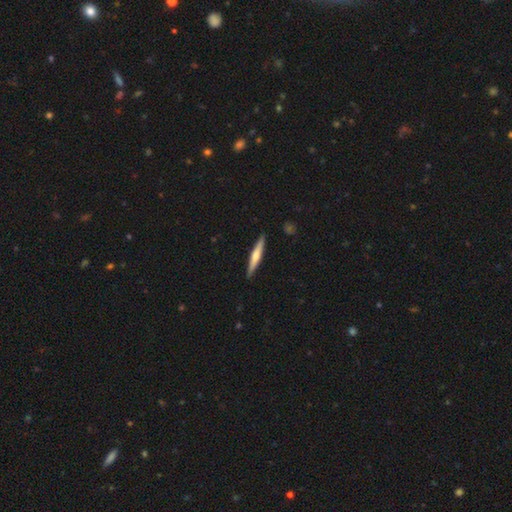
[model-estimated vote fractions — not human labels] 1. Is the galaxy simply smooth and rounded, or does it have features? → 52% featured or disk, 43% smooth, 5% star or artifact.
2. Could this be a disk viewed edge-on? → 97% yes, 3% no.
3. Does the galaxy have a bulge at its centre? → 78% rounded, 15% none, 8% boxy.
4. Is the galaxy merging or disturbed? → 91% none, 7% minor disturbance, 1% major disturbance, 1% merger.